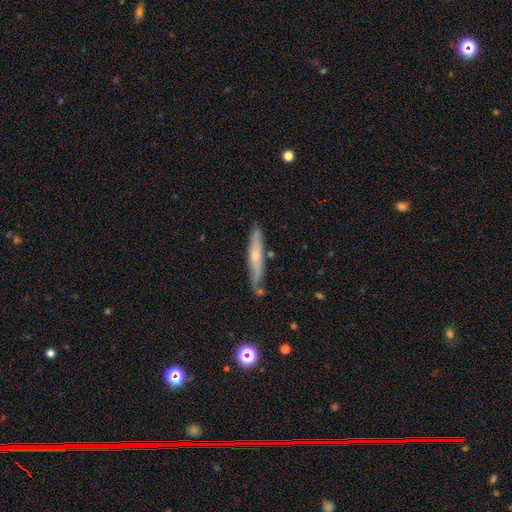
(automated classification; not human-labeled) smooth_or_featured: featured or disk (p=0.52) [alt: smooth p=0.41]
disk_edge_on: yes (p=0.79) [alt: no p=0.21]
merging: none (p=0.71) [alt: minor disturbance p=0.20]